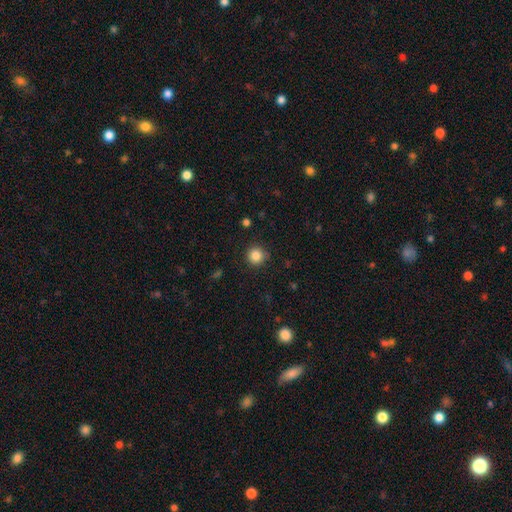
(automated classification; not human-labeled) smooth-or-featured: smooth: 85% | star or artifact: 11% | featured or disk: 4%
  how-rounded: round: 94% | in between: 5% | cigar-shaped: 1%
  merging: none: 88% | minor disturbance: 8% | major disturbance: 2% | merger: 1%